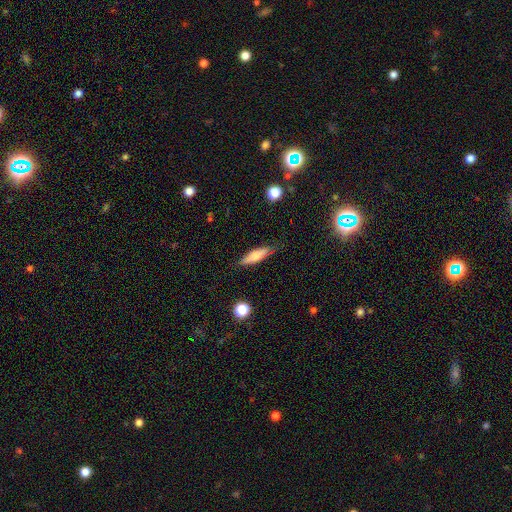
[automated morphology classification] Smooth or featured: smooth — 72% (featured or disk — 21%)
How rounded: cigar-shaped — 61% (in between — 37%)
Merging: none — 80% (minor disturbance — 16%)